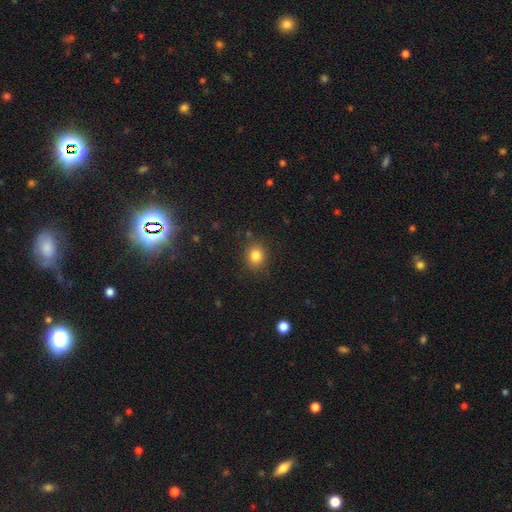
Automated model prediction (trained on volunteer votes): The model was most divided on "how rounded": round: 71%, in between: 28%, cigar-shaped: 1%. More confident: merging — none (86%); smooth or featured — smooth (83%).